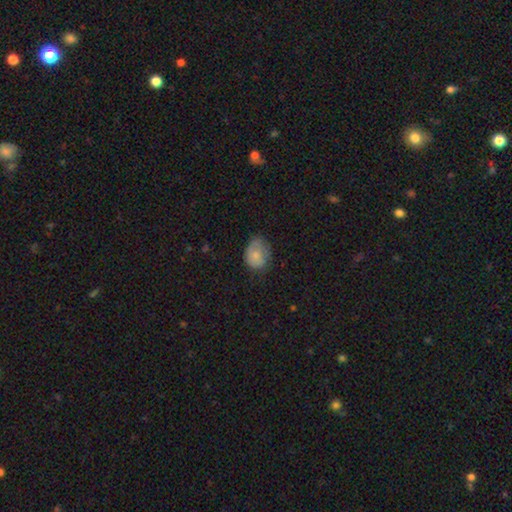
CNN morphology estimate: A smooth galaxy with no disk features (76%) that is in between round and cigar-shaped (54%).

Vote fractions:
- Smooth or featured? smooth: 76% / featured or disk: 17% / star or artifact: 8%
- How rounded? in between: 54% / round: 45% / cigar-shaped: 1%
- Merging? none: 52% / minor disturbance: 34% / major disturbance: 13% / merger: 2%